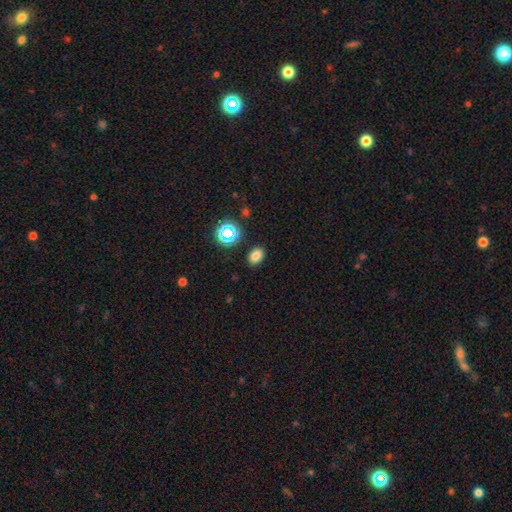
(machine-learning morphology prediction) This is likely a smooth galaxy (77%). How rounded: likely in between (79%). Merging: clearly none (87%).